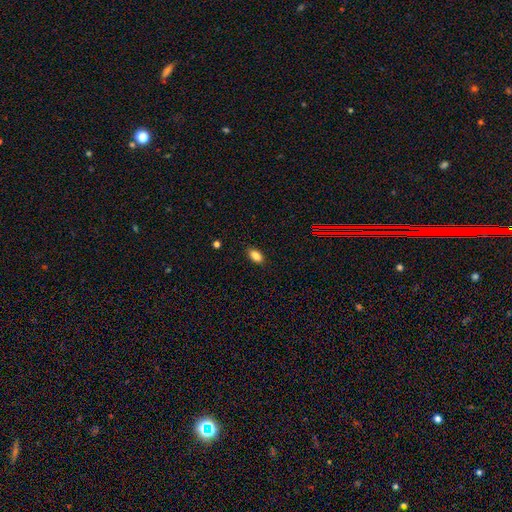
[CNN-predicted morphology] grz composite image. It shows a smooth galaxy with no disk features (85%) that is in between round and cigar-shaped (90%). Merging: none (88%).